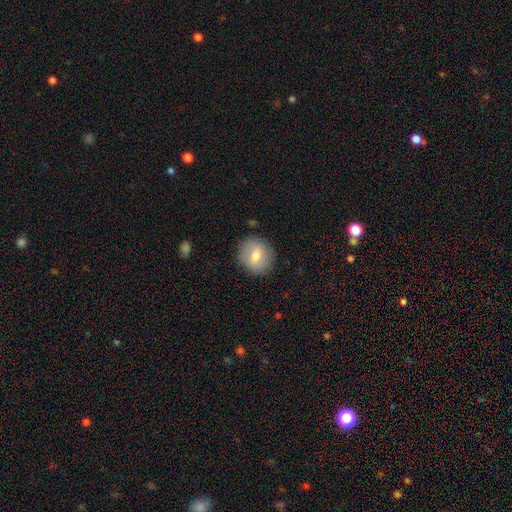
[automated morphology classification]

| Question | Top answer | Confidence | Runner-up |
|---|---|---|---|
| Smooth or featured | smooth | 65% | featured or disk (27%) |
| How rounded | round | 78% | in between (21%) |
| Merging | none | 87% | minor disturbance (9%) |